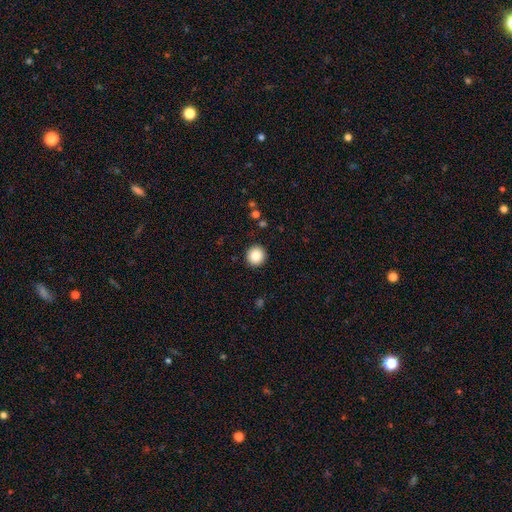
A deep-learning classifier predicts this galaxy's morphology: Smooth or featured?
  - smooth: 86% *
  - star or artifact: 9%
  - featured or disk: 5%
How rounded?
  - round: 93% *
  - in between: 6%
  - cigar-shaped: 1%
Merging?
  - none: 92% *
  - minor disturbance: 5%
  - major disturbance: 2%
  - merger: 1%